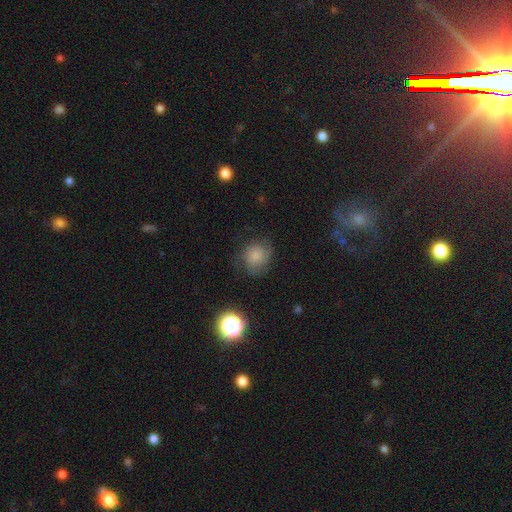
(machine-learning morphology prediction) smooth 68%, featured or disk 20%, star or artifact 12%. Down the decision tree: how rounded — round (77%); merging — none (67%).